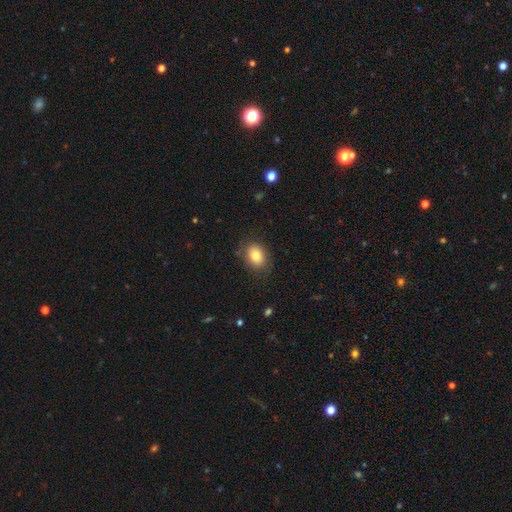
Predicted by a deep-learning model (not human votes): This is clearly a smooth galaxy (81%). How rounded: likely in between (67%). Merging: clearly none (82%).